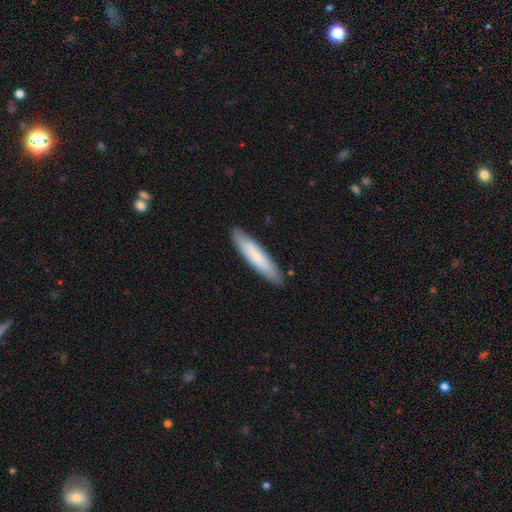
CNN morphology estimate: Smooth or featured?
  - smooth: 69% *
  - featured or disk: 26%
  - star or artifact: 5%
How rounded?
  - cigar-shaped: 85% *
  - in between: 13%
  - round: 1%
Merging?
  - none: 88% *
  - minor disturbance: 9%
  - major disturbance: 2%
  - merger: 1%